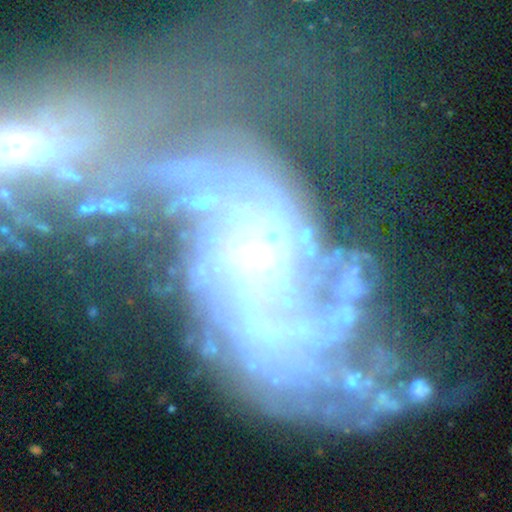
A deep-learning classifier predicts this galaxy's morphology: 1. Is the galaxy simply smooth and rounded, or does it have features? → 81% featured or disk, 12% star or artifact, 7% smooth.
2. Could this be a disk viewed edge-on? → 97% no, 3% yes.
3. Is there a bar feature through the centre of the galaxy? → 64% no, 25% weak, 12% strong.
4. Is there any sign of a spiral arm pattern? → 85% yes, 15% no.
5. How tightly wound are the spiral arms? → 46% loose, 34% medium, 20% tight.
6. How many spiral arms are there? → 42% 2, 23% can't tell, 13% 3, 8% 1, 8% 4, 7% more than 4.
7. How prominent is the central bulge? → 52% small, 24% moderate, 18% none, 4% large, 2% dominant.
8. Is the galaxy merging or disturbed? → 35% major disturbance, 32% merger, 21% none, 13% minor disturbance.